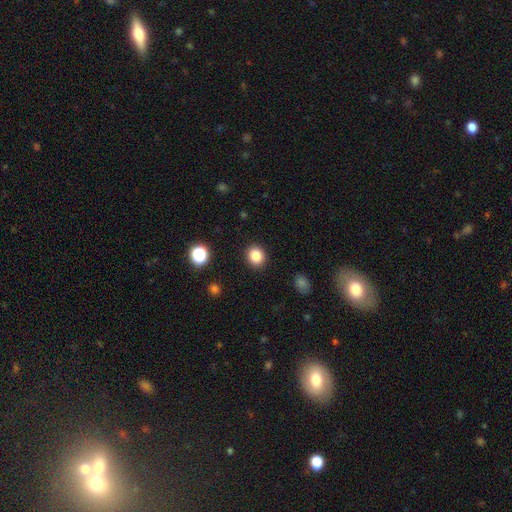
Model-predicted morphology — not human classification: Overall: smooth (85%). How rounded: round (80%). Merging: none (91%).